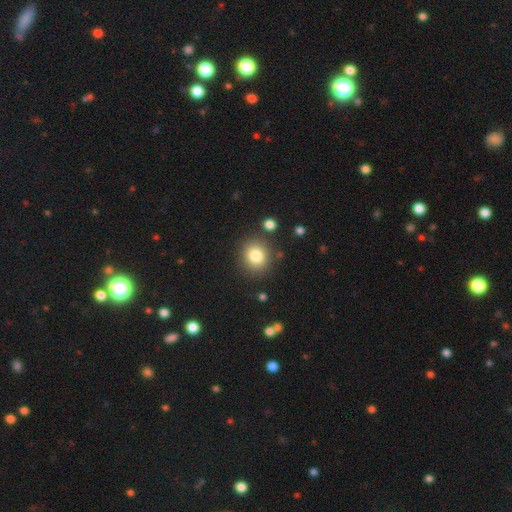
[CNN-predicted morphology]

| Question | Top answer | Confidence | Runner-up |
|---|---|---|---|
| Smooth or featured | smooth | 82% | star or artifact (11%) |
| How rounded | round | 83% | in between (17%) |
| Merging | none | 85% | minor disturbance (8%) |